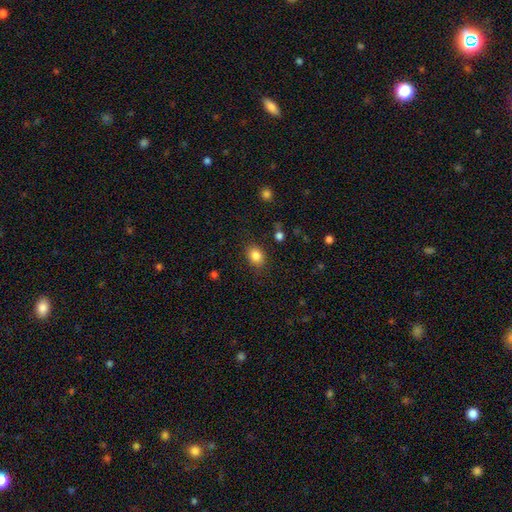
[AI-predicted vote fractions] Smooth or featured? Predicted: smooth (p=0.84). How rounded? Predicted: in between (p=0.51). Merging? Predicted: none (p=0.83).